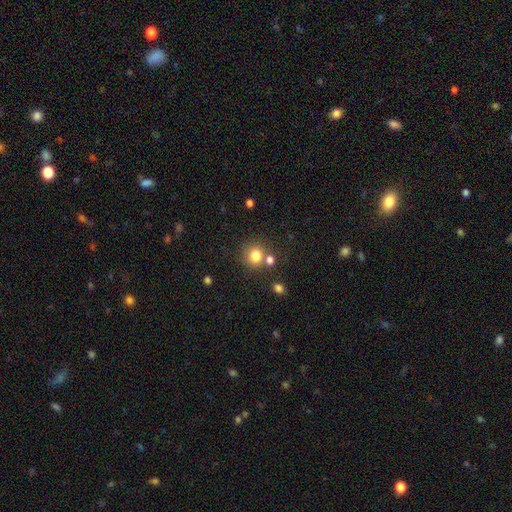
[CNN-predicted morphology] Overall: smooth (80%). How rounded: round (82%). Merging: none (65%).